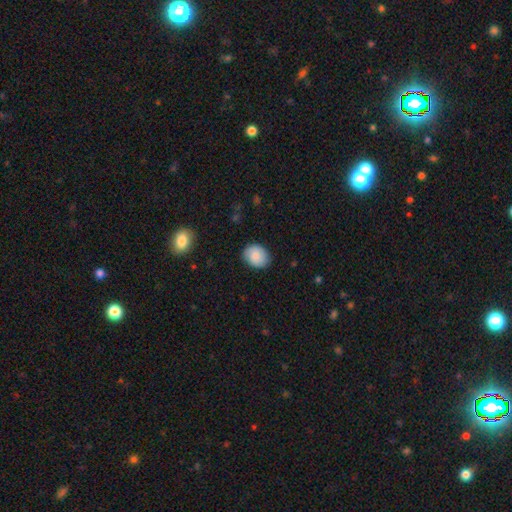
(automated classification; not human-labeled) The model was most divided on "how rounded": round: 57%, in between: 42%, cigar-shaped: 1%. More confident: merging — none (79%); smooth or featured — smooth (76%).